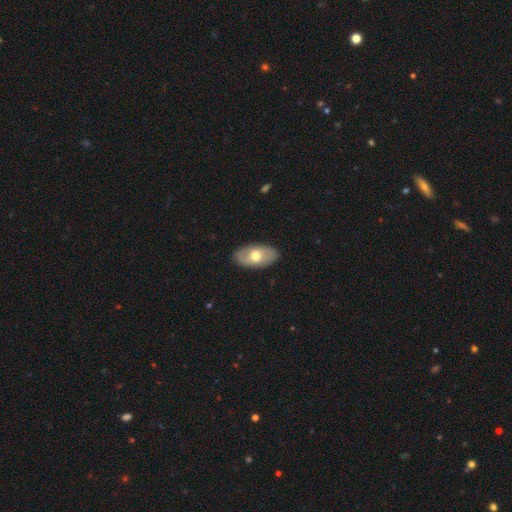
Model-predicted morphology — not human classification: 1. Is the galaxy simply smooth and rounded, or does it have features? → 50% smooth, 45% featured or disk, 5% star or artifact.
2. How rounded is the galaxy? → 92% in between, 6% round, 2% cigar-shaped.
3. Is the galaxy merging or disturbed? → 87% none, 10% minor disturbance, 2% major disturbance, 1% merger.